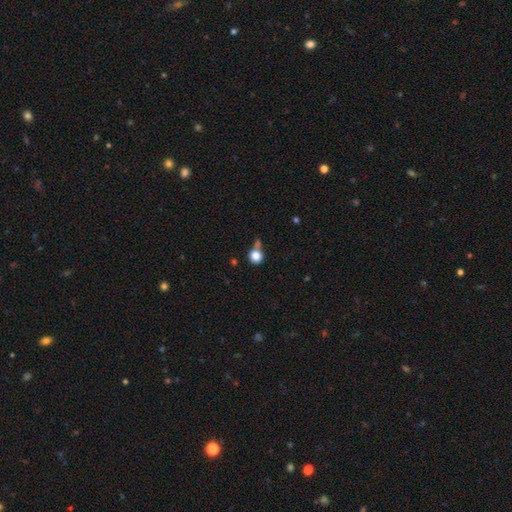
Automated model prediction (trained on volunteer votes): The model was most divided on "merging": none: 52%, merger: 23%, minor disturbance: 16%, major disturbance: 8%. More confident: how rounded — round (88%); smooth or featured — smooth (83%).